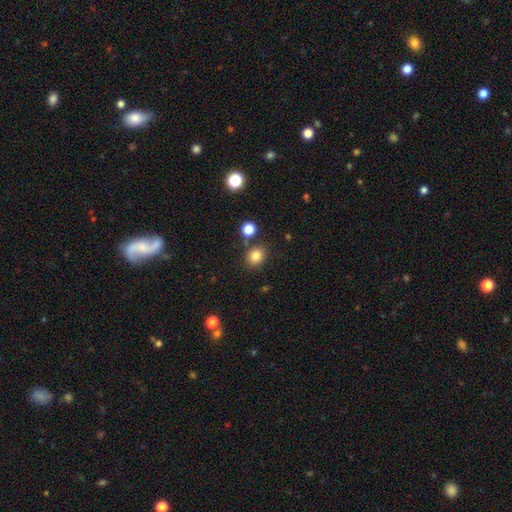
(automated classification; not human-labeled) A smooth galaxy with no disk features (82%) that is round (68%).

Vote fractions:
- Smooth or featured? smooth: 82% / star or artifact: 12% / featured or disk: 6%
- How rounded? round: 68% / in between: 31% / cigar-shaped: 1%
- Merging? none: 79% / minor disturbance: 10% / merger: 9% / major disturbance: 3%